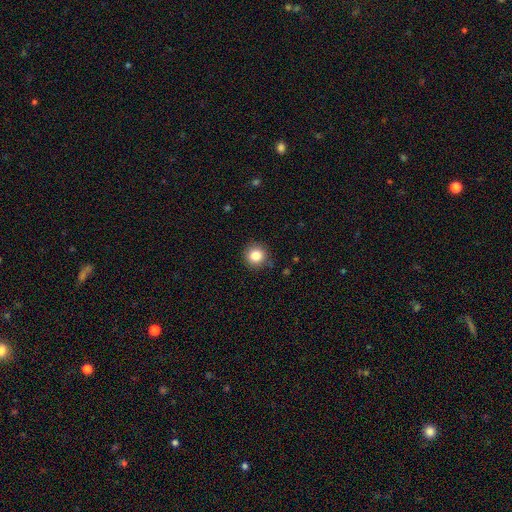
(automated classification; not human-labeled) Q: Smooth or featured?
A: smooth (84%); runner-up: star or artifact (11%)
Q: How rounded?
A: round (94%); runner-up: in between (5%)
Q: Merging?
A: none (89%); runner-up: minor disturbance (7%)